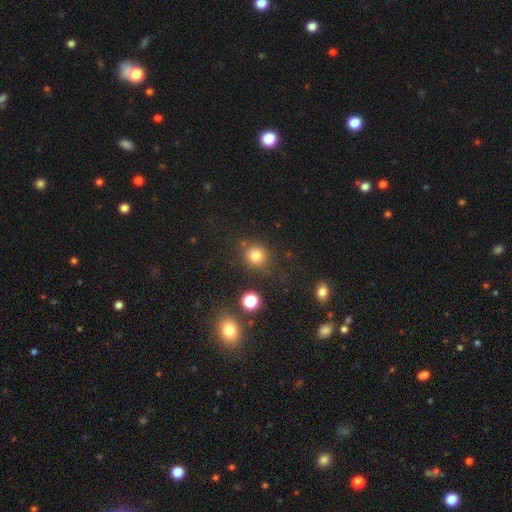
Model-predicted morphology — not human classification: A smooth galaxy with no disk features (80%) that is round (83%).

Vote fractions:
- Smooth or featured? smooth: 80% / star or artifact: 14% / featured or disk: 6%
- How rounded? round: 83% / in between: 16% / cigar-shaped: 1%
- Merging? none: 78% / minor disturbance: 12% / merger: 5% / major disturbance: 5%